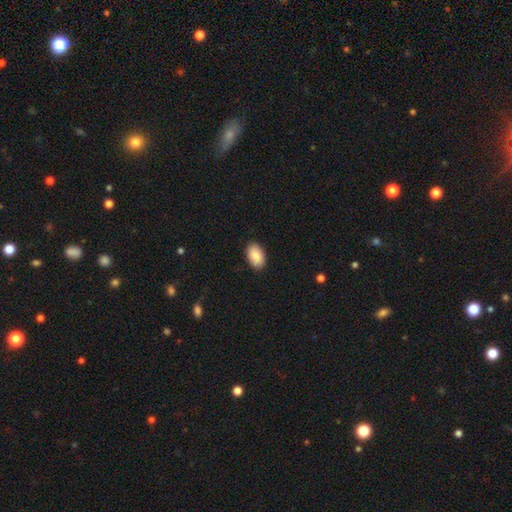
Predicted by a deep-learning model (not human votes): Smooth or featured?
  - smooth: 86% *
  - featured or disk: 7%
  - star or artifact: 7%
How rounded?
  - in between: 92% *
  - round: 7%
  - cigar-shaped: 1%
Merging?
  - none: 89% *
  - minor disturbance: 8%
  - major disturbance: 2%
  - merger: 1%